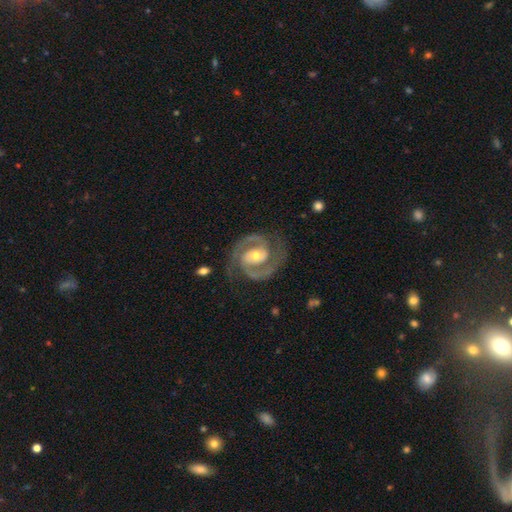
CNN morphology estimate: A featured or disk galaxy (93%) with no bar (43%), 2 (93%) medium (48%) spiral arms (98%) and a moderate central bulge (67%).

Vote fractions:
- Smooth or featured? featured or disk: 93% / star or artifact: 4% / smooth: 3%
- Edge-on disk? no: 98% / yes: 2%
- Bar? no: 43% / weak: 37% / strong: 21%
- Spiral arms? yes: 98% / no: 2%
- Spiral winding? medium: 48% / tight: 47% / loose: 5%
- Spiral arm count? 2: 93% / 3: 2% / can't tell: 2% / 1: 1% / 4: 1% / more than 4: 1%
- Bulge size? moderate: 67% / small: 26% / large: 4% / none: 1% / dominant: 1%
- Merging? none: 81% / minor disturbance: 13% / major disturbance: 5% / merger: 1%